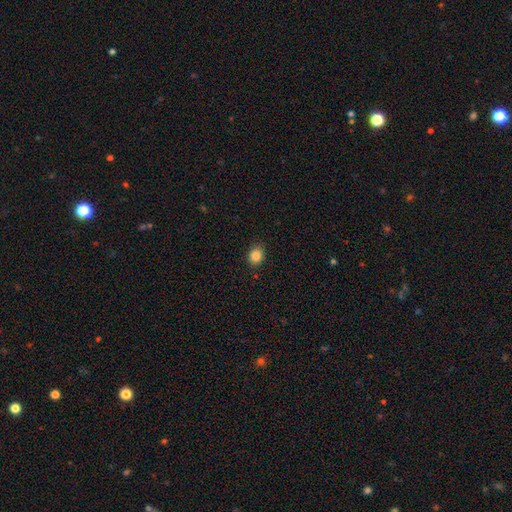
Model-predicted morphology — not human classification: Smooth or featured? smooth (86%)
How rounded? round (58%)
Merging? none (85%)